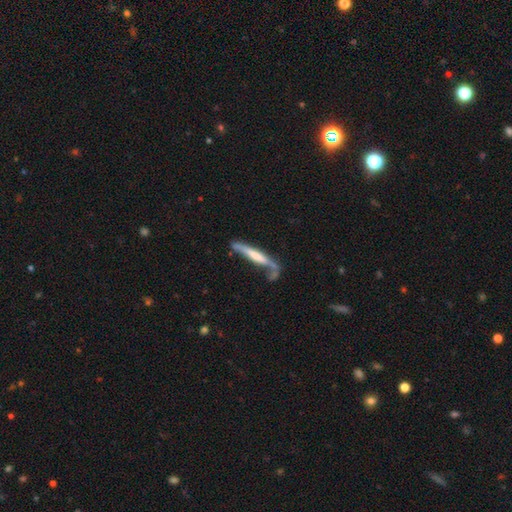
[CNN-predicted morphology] Smooth or featured: featured or disk — 52% (smooth — 43%)
Edge-on disk: yes — 82% (no — 18%)
Merging: none — 43% (minor disturbance — 25%)